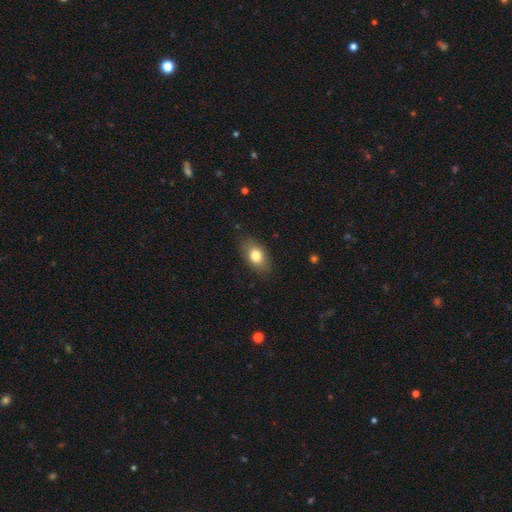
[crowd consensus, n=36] A smooth galaxy with no disk features (69%) that is in between round and cigar-shaped (92%).

Vote fractions:
- Smooth or featured? smooth: 69% / featured or disk: 28% / star or artifact: 3%
- How rounded? in between: 92% / round: 8% / cigar-shaped: 0%
- Merging? none: 83% / minor disturbance: 9% / major disturbance: 6% / merger: 3%